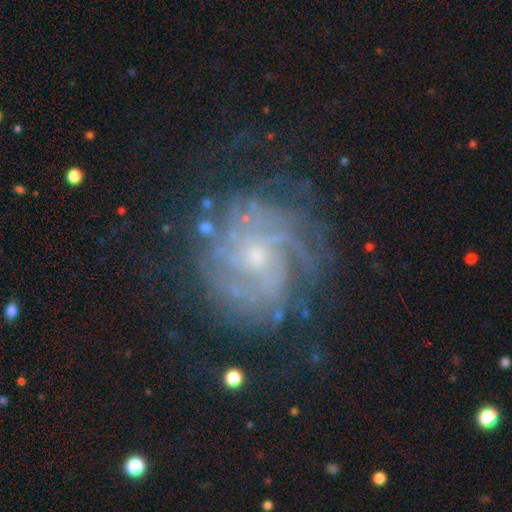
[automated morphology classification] This is clearly a featured or disk galaxy (83%). It is clearly not viewed edge-on (97%). Bar: likely no (74%). Spiral arm pattern: clearly yes (92%). Spiral arm count: marginally can't tell (40%). Spiral winding: likely tight (60%). Central bulge: likely small (66%). Merging: likely none (68%).